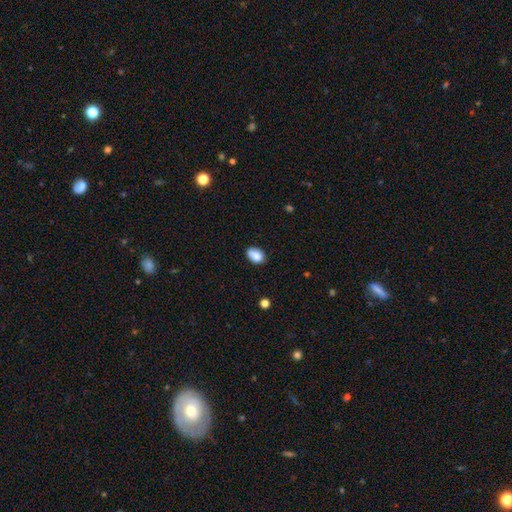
Smooth or featured? 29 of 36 (81%) said smooth. How rounded? 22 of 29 (76%) said in between. Merging? 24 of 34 (71%) said none.